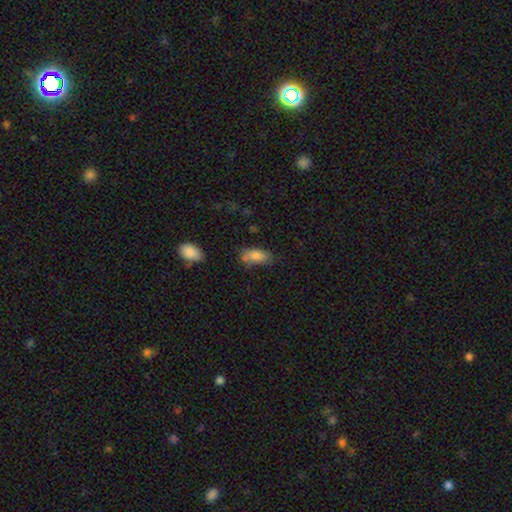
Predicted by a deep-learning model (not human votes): Q: Smooth or featured?
A: smooth (81%); runner-up: featured or disk (11%)
Q: How rounded?
A: in between (88%); runner-up: cigar-shaped (8%)
Q: Merging?
A: none (58%); runner-up: minor disturbance (27%)